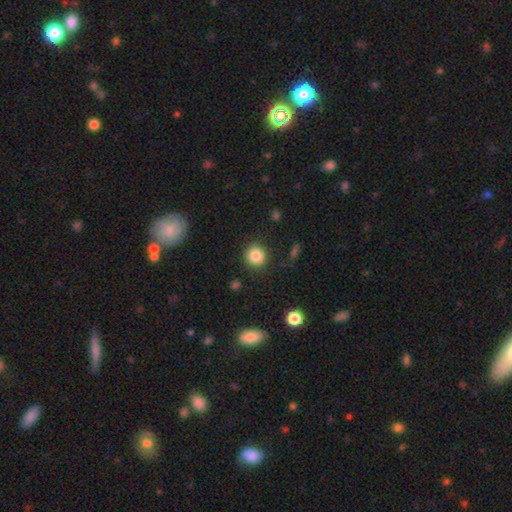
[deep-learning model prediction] This is clearly a smooth galaxy (84%). How rounded: clearly round (91%). Merging: clearly none (88%).